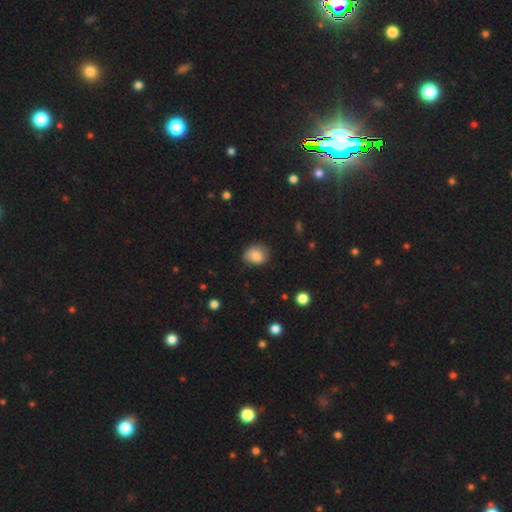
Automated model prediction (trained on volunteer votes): Overall: smooth (82%). How rounded: round (56%; in between 43%). Merging: none (66%; minor disturbance 27%).